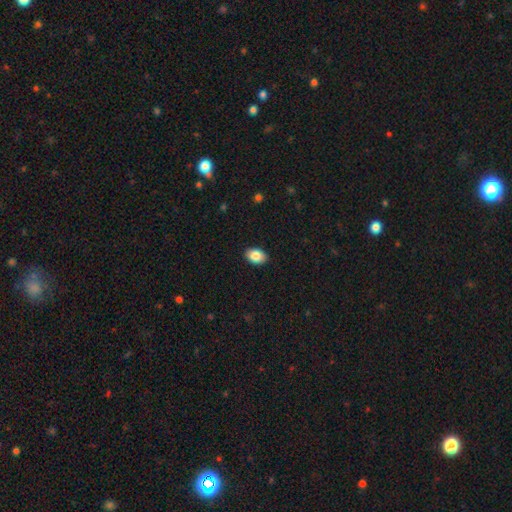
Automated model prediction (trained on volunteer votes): This appears to be a smooth galaxy with no disk features (86%) that is in between round and cigar-shaped (83%). Merging: none (90%).